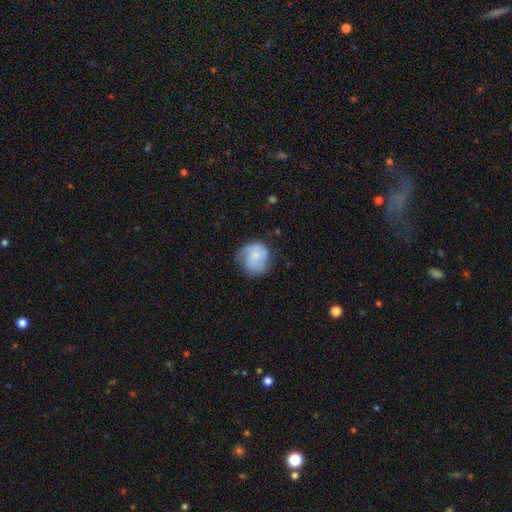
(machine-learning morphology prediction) smooth_or_featured: smooth (p=0.54) [alt: featured or disk p=0.38]
how_rounded: round (p=0.82) [alt: in between p=0.17]
merging: none (p=0.57) [alt: minor disturbance p=0.27]